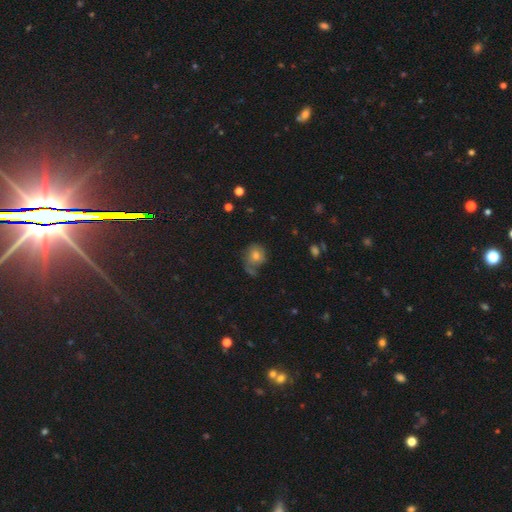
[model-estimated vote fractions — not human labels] smooth-or-featured: smooth: 62% | featured or disk: 23% | star or artifact: 15%
  how-rounded: round: 74% | in between: 24% | cigar-shaped: 1%
  merging: none: 51% | minor disturbance: 24% | major disturbance: 17% | merger: 8%